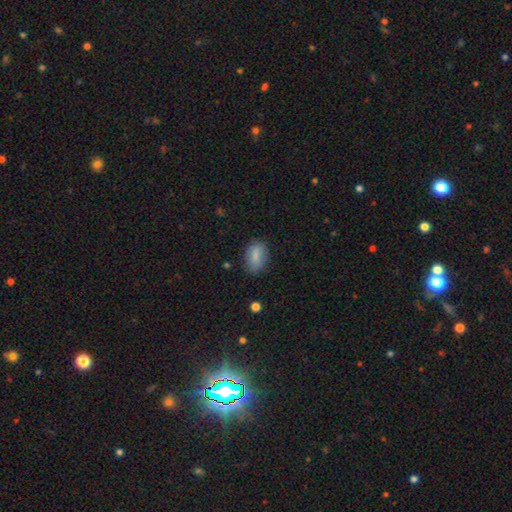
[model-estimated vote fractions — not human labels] Smooth or featured? Predicted: smooth (p=0.83). How rounded? Predicted: in between (p=0.87). Merging? Predicted: none (p=0.79).